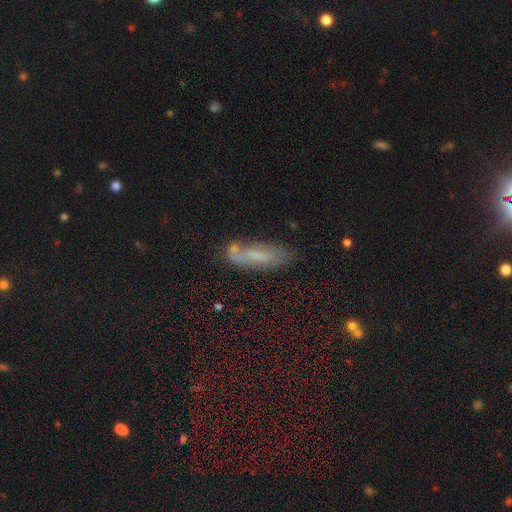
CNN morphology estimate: Smooth or featured? Predicted: smooth (p=0.53). How rounded? Predicted: in between (p=0.51). Merging? Predicted: none (p=0.58).